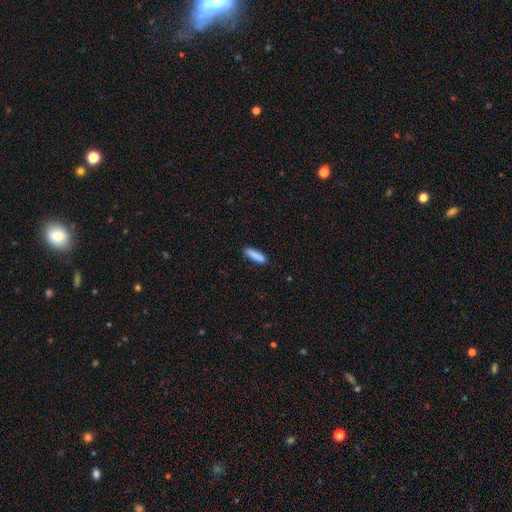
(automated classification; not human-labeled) Overall: smooth (88%). How rounded: cigar-shaped (72%). Merging: none (87%).